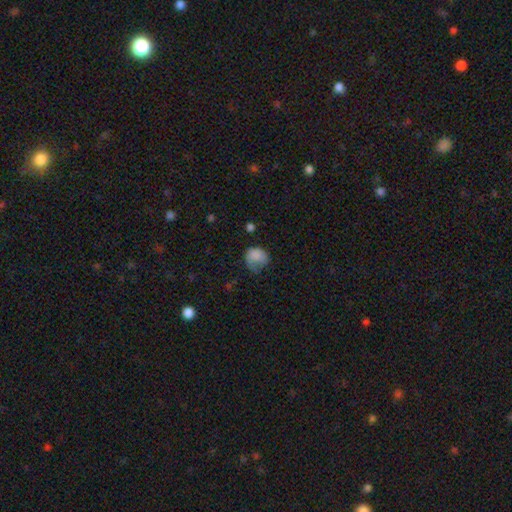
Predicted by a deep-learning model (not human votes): Smooth or featured: smooth — 77% (featured or disk — 13%)
How rounded: round — 59% (in between — 40%)
Merging: none — 34% (tied with minor disturbance — 34%)